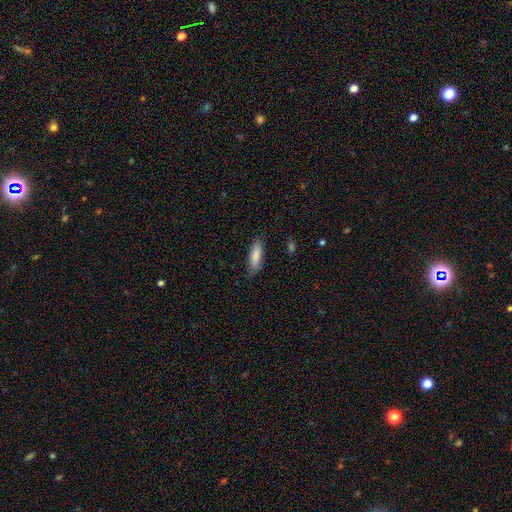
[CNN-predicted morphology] A smooth galaxy with no disk features (85%) that is in between round and cigar-shaped (50%).

Vote fractions:
- Smooth or featured? smooth: 85% / featured or disk: 9% / star or artifact: 6%
- How rounded? in between: 50% / cigar-shaped: 49% / round: 2%
- Merging? none: 74% / minor disturbance: 20% / major disturbance: 4% / merger: 2%